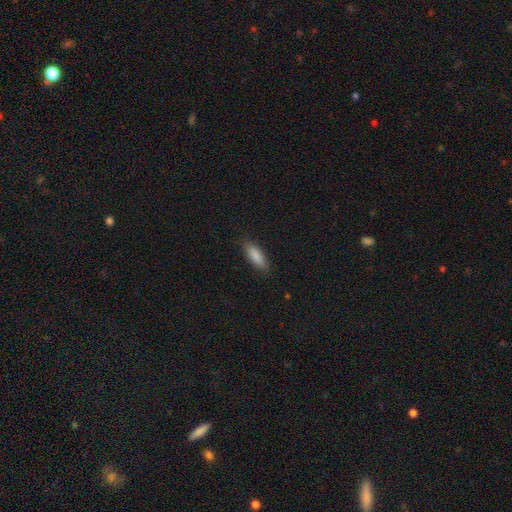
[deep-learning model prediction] Morphology: type=smooth (88%); roundness=in between (64%); merging=none (85%).